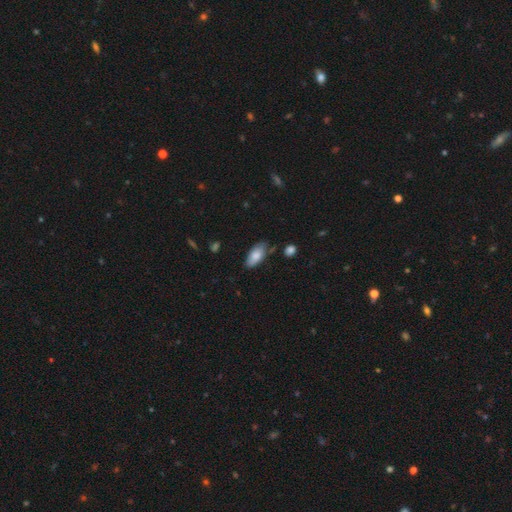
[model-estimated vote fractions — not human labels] Q: Smooth or featured?
A: smooth (80%); runner-up: featured or disk (13%)
Q: How rounded?
A: in between (89%); runner-up: cigar-shaped (9%)
Q: Merging?
A: none (70%); runner-up: minor disturbance (22%)